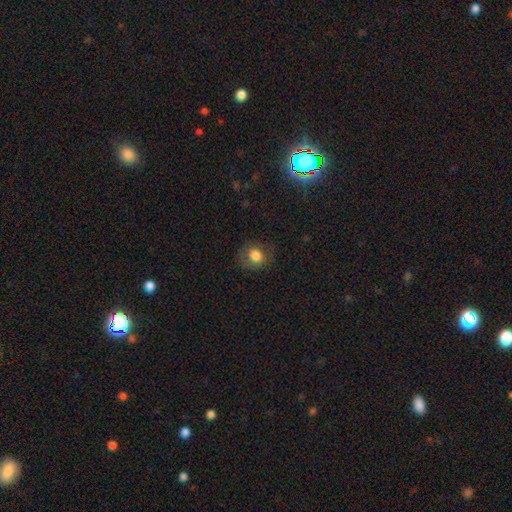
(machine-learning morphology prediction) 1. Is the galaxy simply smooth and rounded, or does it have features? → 78% smooth, 12% featured or disk, 10% star or artifact.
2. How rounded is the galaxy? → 70% round, 29% in between, 1% cigar-shaped.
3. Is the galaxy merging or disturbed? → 77% none, 15% minor disturbance, 7% major disturbance, 1% merger.